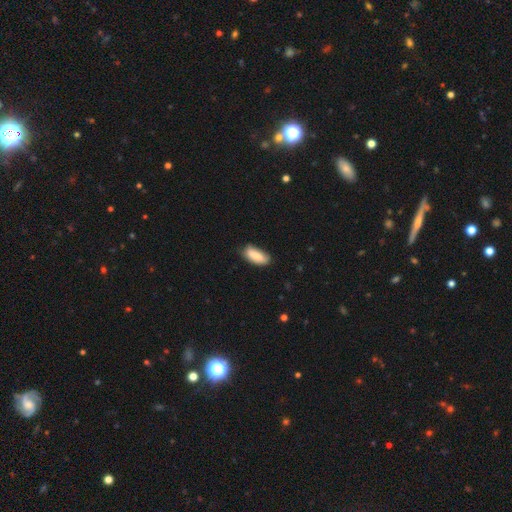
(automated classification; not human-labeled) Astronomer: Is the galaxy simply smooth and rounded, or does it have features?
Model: smooth — 87%.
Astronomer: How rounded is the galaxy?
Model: in between — 84%.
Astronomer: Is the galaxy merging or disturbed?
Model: none — 72%.